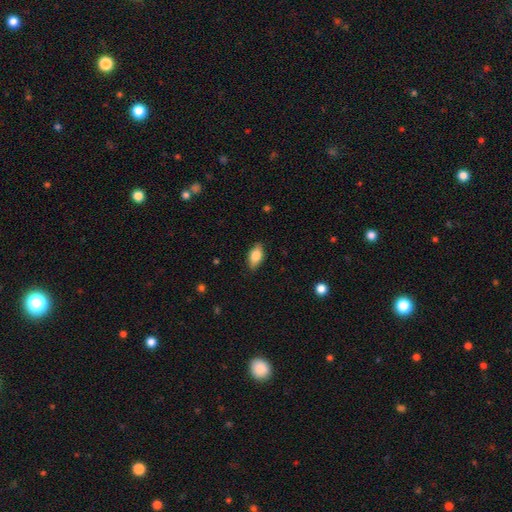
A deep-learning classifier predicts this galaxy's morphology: smooth 78%, featured or disk 15%, star or artifact 7%. Down the decision tree: how rounded — in between (89%); merging — none (86%).